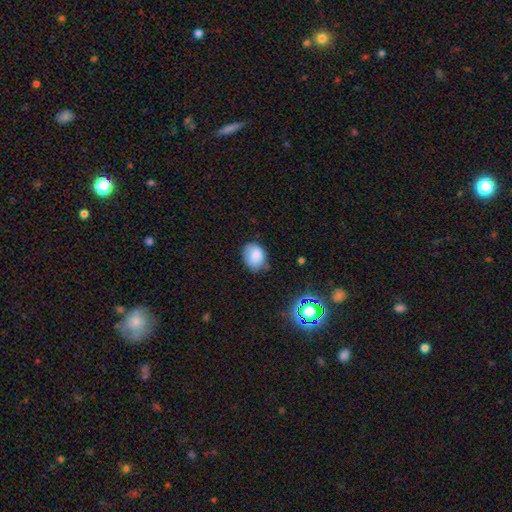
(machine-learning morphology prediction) Smooth or featured: smooth — 82% (star or artifact — 10%)
How rounded: in between — 56% (round — 43%)
Merging: none — 63% (minor disturbance — 29%)